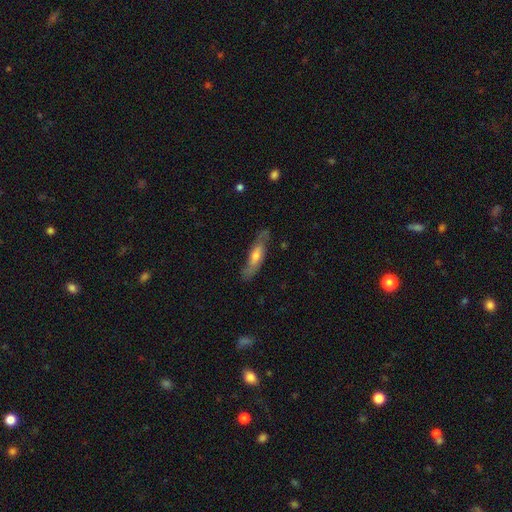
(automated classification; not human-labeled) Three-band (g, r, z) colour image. It shows a featured or disk galaxy (60%). Merging: none (75%).